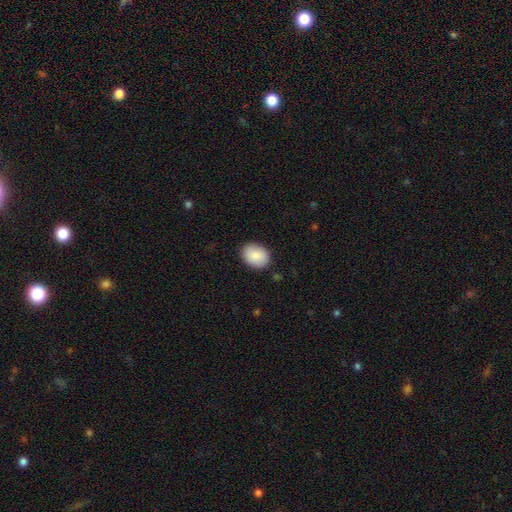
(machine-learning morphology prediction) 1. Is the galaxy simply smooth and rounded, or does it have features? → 86% smooth, 7% featured or disk, 6% star or artifact.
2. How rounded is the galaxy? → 64% in between, 35% round, 1% cigar-shaped.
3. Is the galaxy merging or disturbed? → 87% none, 9% minor disturbance, 2% major disturbance, 1% merger.